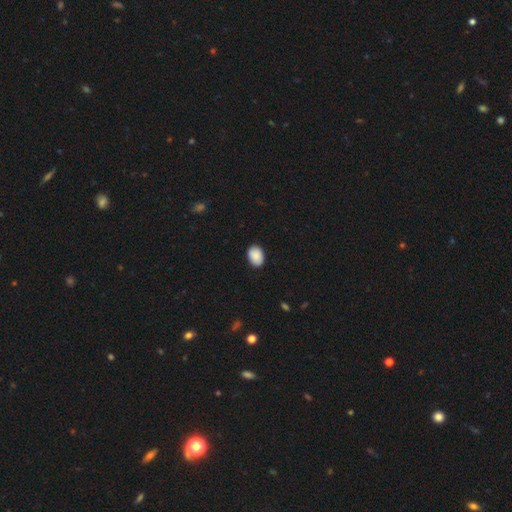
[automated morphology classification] A smooth galaxy with no disk features (90%) that is in between round and cigar-shaped (79%).

Vote fractions:
- Smooth or featured? smooth: 90% / star or artifact: 7% / featured or disk: 3%
- How rounded? in between: 79% / round: 20% / cigar-shaped: 1%
- Merging? none: 88% / minor disturbance: 9% / major disturbance: 2% / merger: 1%